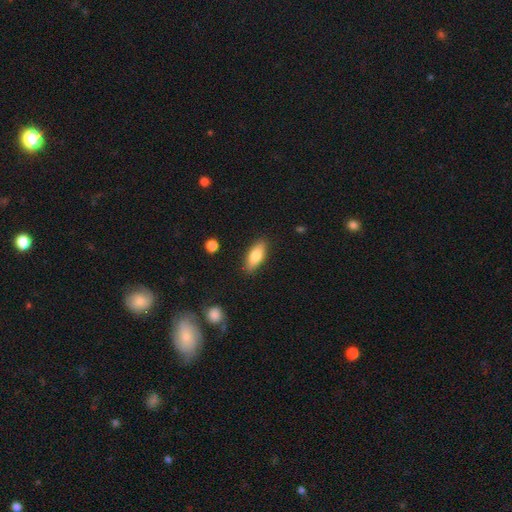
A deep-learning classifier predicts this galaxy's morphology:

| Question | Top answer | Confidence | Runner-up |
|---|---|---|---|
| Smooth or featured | smooth | 79% | featured or disk (15%) |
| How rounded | in between | 74% | cigar-shaped (23%) |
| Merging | none | 86% | minor disturbance (10%) |